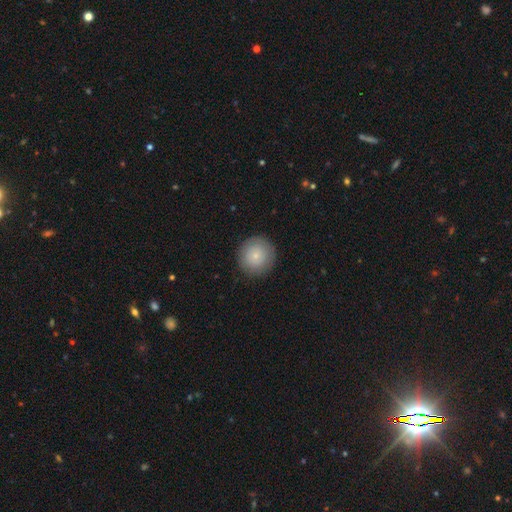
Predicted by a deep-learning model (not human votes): Morphology: type=smooth (78%); roundness=round (95%); merging=none (89%).